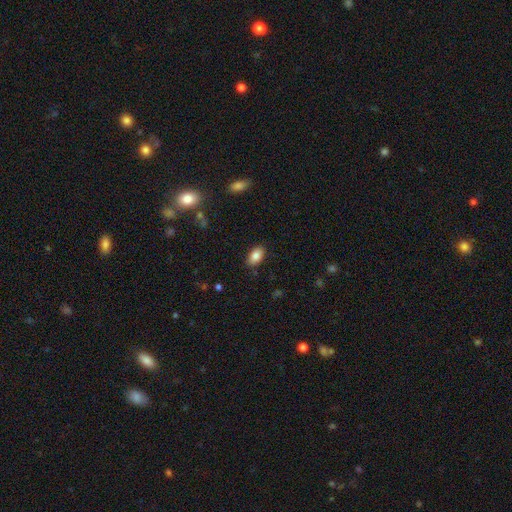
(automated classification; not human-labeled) This appears to be a smooth galaxy with no disk features (85%) that is in between round and cigar-shaped (92%). Merging: none (86%).